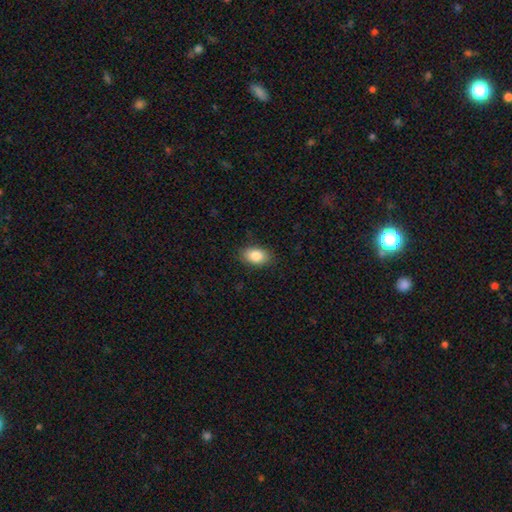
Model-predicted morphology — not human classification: smooth 86%, star or artifact 7%, featured or disk 6%. Down the decision tree: how rounded — in between (90%); merging — none (87%).